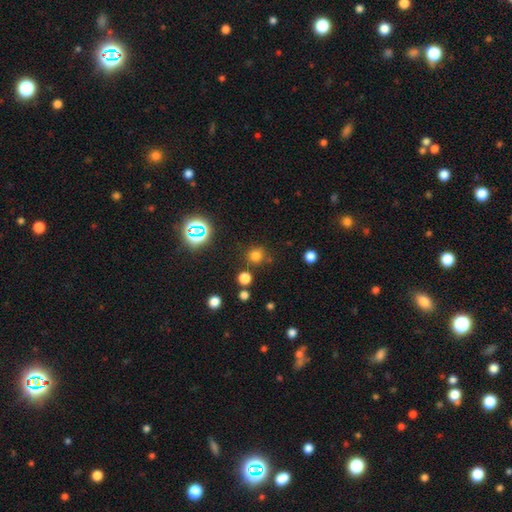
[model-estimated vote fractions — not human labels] This is likely a smooth galaxy (72%). How rounded: clearly round (92%). Merging: clearly none (82%).